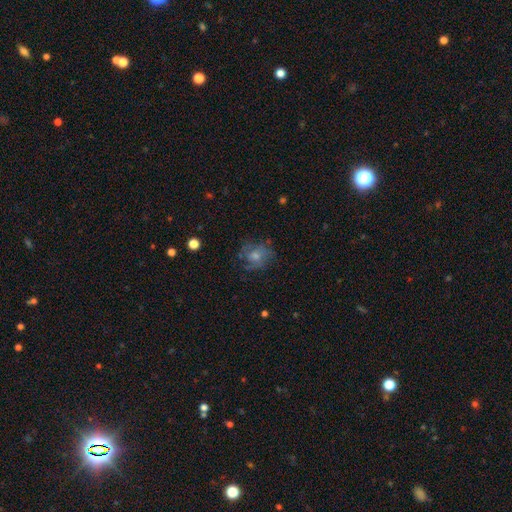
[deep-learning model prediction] smooth 46%, featured or disk 44%, star or artifact 10%. Down the decision tree: merging — none (60%).